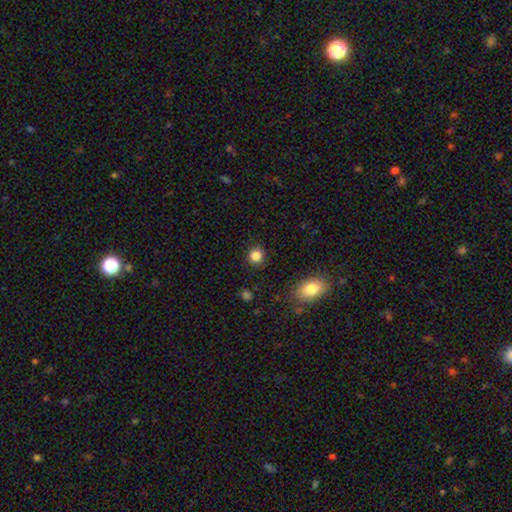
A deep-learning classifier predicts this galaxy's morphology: Overall: smooth (86%). How rounded: round (90%). Merging: none (90%).